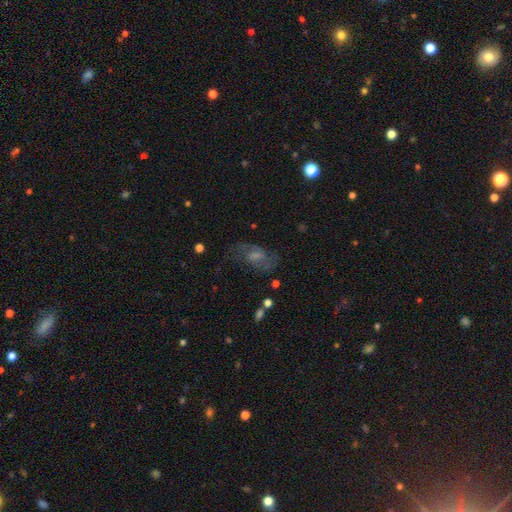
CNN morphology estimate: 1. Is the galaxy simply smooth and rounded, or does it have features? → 63% featured or disk, 20% smooth, 17% star or artifact.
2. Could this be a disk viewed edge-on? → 95% no, 5% yes.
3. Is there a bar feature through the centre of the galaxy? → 51% weak, 36% no, 13% strong.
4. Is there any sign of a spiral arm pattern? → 87% yes, 13% no.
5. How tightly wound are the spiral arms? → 50% medium, 29% loose, 21% tight.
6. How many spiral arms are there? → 78% 2, 14% can't tell, 3% 1, 3% 3, 2% 4, 2% more than 4.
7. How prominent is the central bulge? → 37% moderate (tied), 37% small (tied), 17% none, 8% large, 2% dominant.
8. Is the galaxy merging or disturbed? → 70% none, 16% minor disturbance, 12% major disturbance, 2% merger.